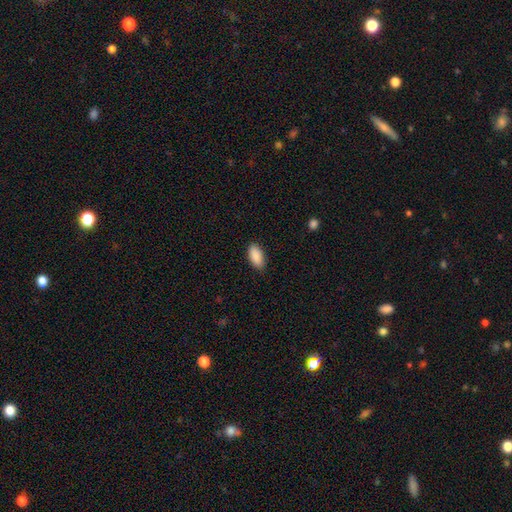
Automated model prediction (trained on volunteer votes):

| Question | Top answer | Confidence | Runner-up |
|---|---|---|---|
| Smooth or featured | smooth | 90% | star or artifact (6%) |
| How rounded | in between | 92% | cigar-shaped (6%) |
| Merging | none | 86% | minor disturbance (10%) |